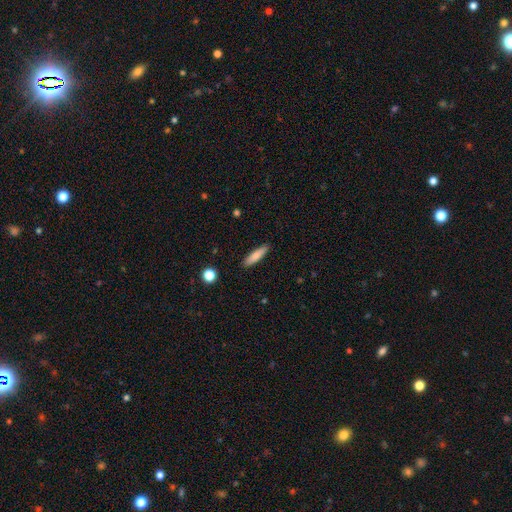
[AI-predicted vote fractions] A smooth galaxy with no disk features (81%) that is cigar-shaped (75%).

Vote fractions:
- Smooth or featured? smooth: 81% / featured or disk: 13% / star or artifact: 7%
- How rounded? cigar-shaped: 75% / in between: 24% / round: 2%
- Merging? none: 89% / minor disturbance: 8% / major disturbance: 2% / merger: 1%